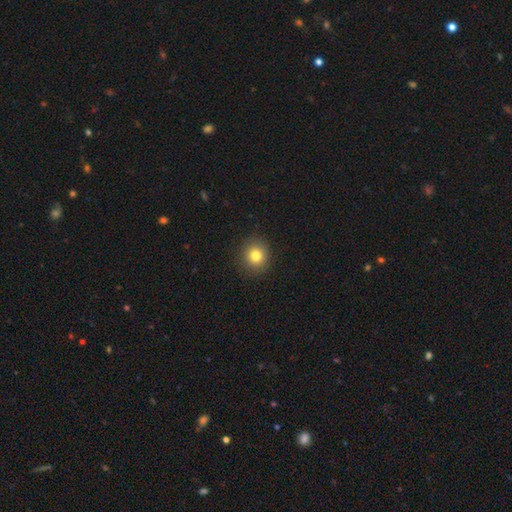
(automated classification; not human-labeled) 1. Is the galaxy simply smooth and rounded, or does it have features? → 81% smooth, 11% star or artifact, 8% featured or disk.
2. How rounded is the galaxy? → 87% round, 12% in between, 1% cigar-shaped.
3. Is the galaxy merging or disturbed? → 90% none, 7% minor disturbance, 2% major disturbance, 1% merger.